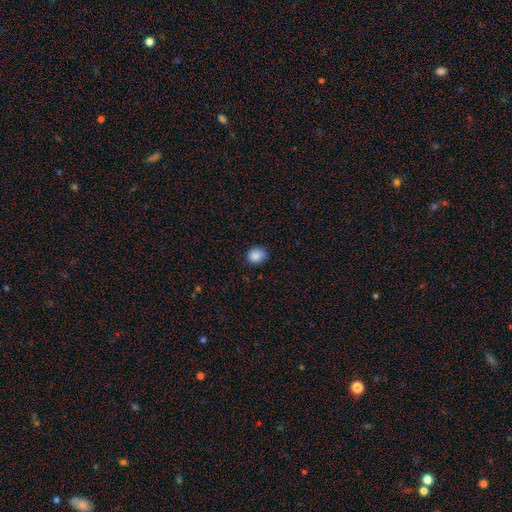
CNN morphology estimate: smooth_or_featured: smooth (p=0.88) [alt: star or artifact p=0.09]
how_rounded: round (p=0.53) [alt: in between p=0.47]
merging: none (p=0.84) [alt: minor disturbance p=0.12]